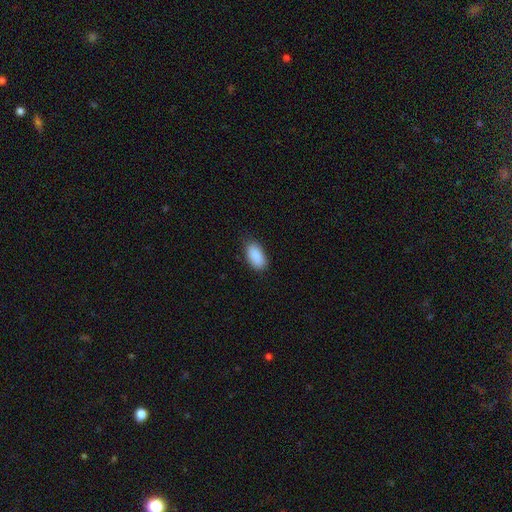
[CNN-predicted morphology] This is clearly a smooth galaxy (90%). How rounded: clearly in between (94%). Merging: clearly none (82%).